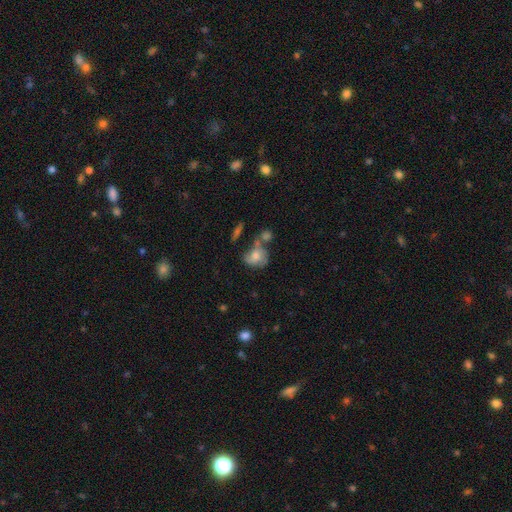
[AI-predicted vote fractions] The model was most divided on "how rounded": in between: 53%, round: 45%, cigar-shaped: 2%. Remaining: smooth or featured — smooth (53%); merging — none (38%).